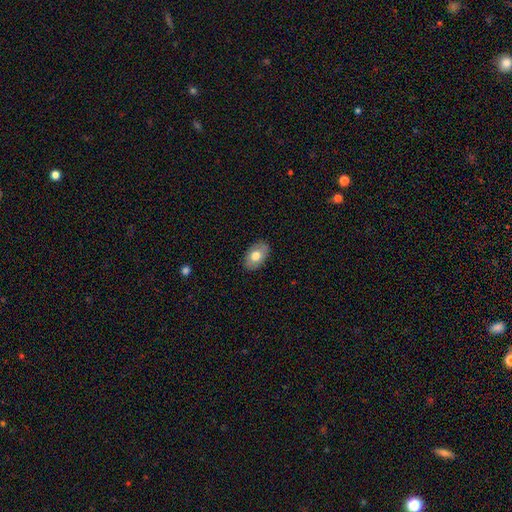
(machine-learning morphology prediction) Smooth or featured: smooth — 72% (featured or disk — 21%)
How rounded: in between — 89% (round — 10%)
Merging: none — 87% (minor disturbance — 10%)